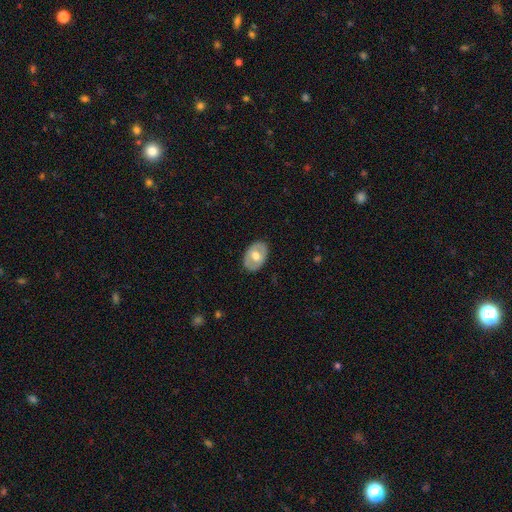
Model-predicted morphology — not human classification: smooth 49%, featured or disk 46%, star or artifact 6%. Down the decision tree: merging — none (84%).